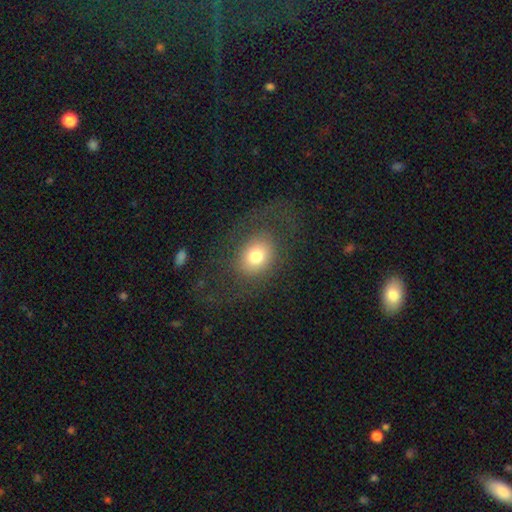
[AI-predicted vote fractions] Overall: smooth (68%). How rounded: round (52%; in between 47%). Merging: none (64%).